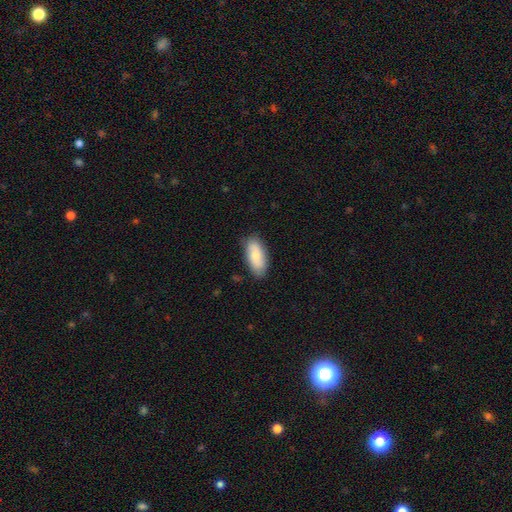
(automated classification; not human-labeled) Smooth or featured? smooth (75%)
How rounded? in between (88%)
Merging? none (80%)